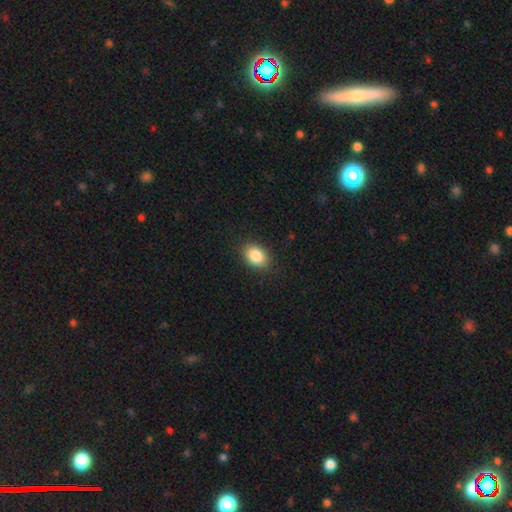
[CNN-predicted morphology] Smooth or featured?
  - smooth: 86% *
  - star or artifact: 8%
  - featured or disk: 6%
How rounded?
  - in between: 75% *
  - round: 23%
  - cigar-shaped: 1%
Merging?
  - none: 87% *
  - minor disturbance: 9%
  - major disturbance: 2%
  - merger: 1%